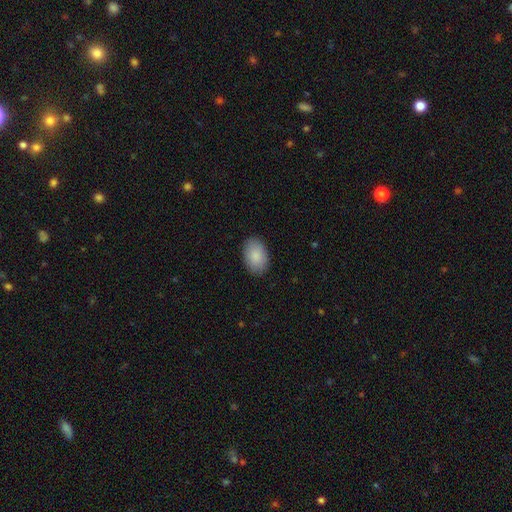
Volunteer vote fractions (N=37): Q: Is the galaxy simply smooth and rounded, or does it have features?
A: smooth — 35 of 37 (95%).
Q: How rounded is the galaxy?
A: in between — 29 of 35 (83%).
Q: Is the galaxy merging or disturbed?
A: none — 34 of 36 (94%).